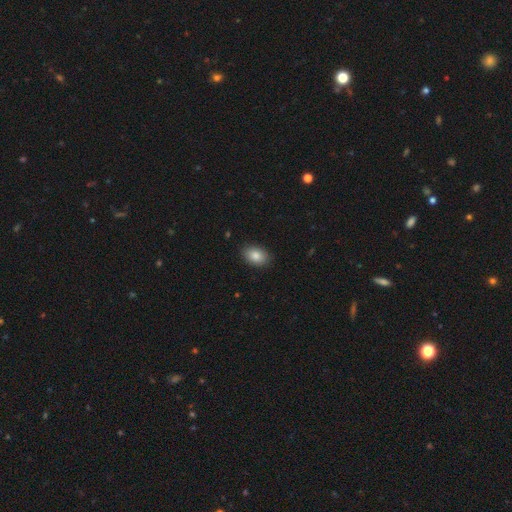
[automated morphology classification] Smooth or featured? smooth (85%)
How rounded? in between (85%)
Merging? none (88%)